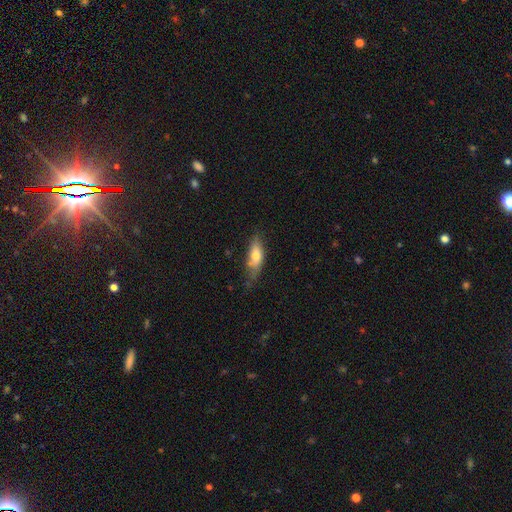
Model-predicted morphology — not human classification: Smooth or featured: smooth — 71% (featured or disk — 22%)
How rounded: in between — 69% (cigar-shaped — 28%)
Merging: none — 54% (minor disturbance — 33%)